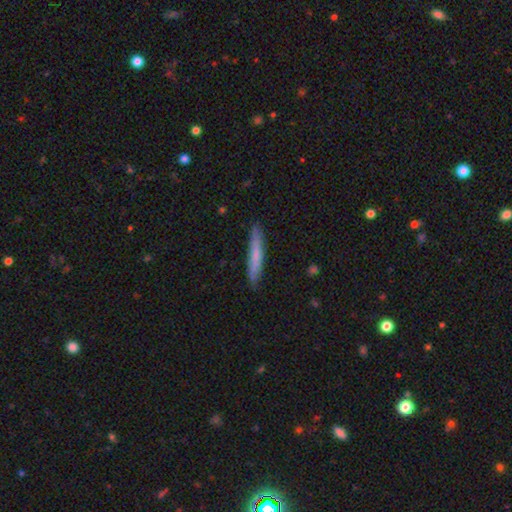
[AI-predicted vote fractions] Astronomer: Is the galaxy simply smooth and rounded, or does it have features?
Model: smooth — 70%.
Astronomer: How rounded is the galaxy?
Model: cigar-shaped — 94%.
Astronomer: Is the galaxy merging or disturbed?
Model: none — 85%.